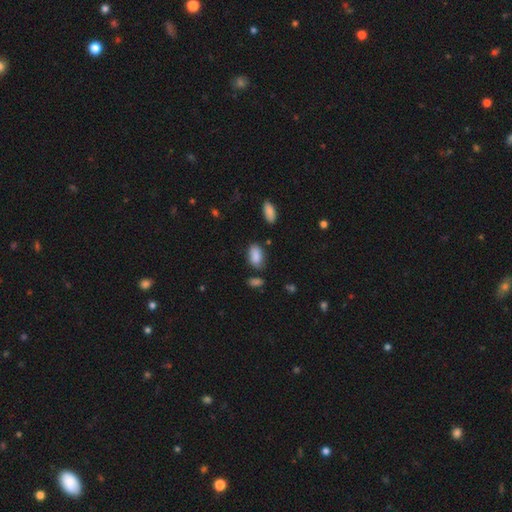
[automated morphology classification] smooth 87%, star or artifact 8%, featured or disk 5%. Down the decision tree: how rounded — in between (92%); merging — none (68%).